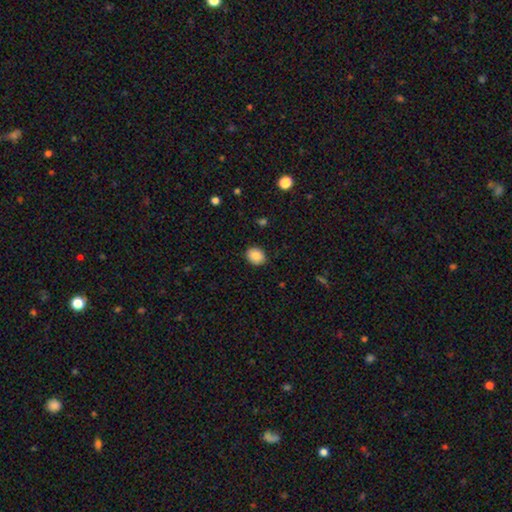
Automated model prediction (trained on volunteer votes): smooth-or-featured: smooth: 88% | star or artifact: 8% | featured or disk: 4%
  how-rounded: round: 53% | in between: 47% | cigar-shaped: 1%
  merging: none: 87% | minor disturbance: 10% | major disturbance: 2% | merger: 1%